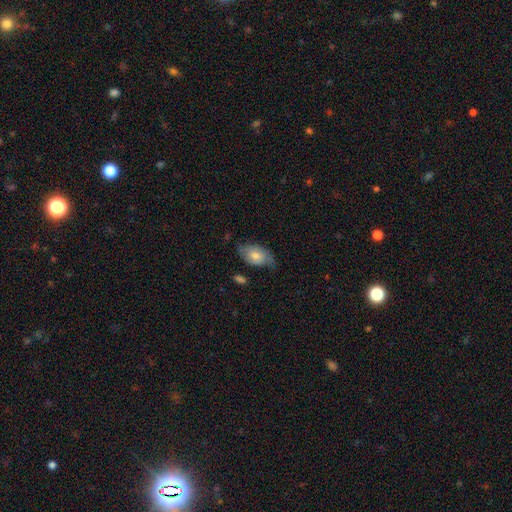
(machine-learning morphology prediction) This is possibly a smooth galaxy (54%). How rounded: clearly in between (87%). Merging: possibly none (56%).